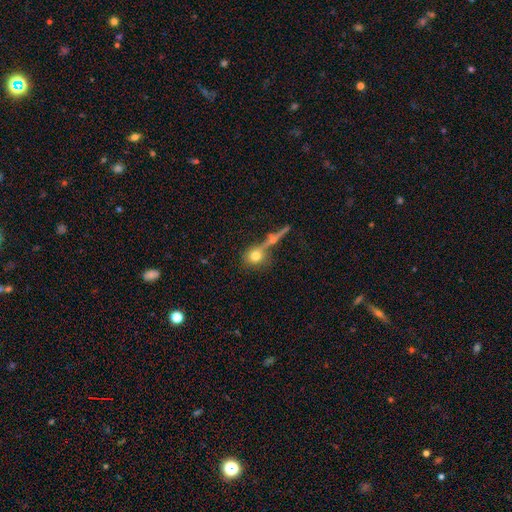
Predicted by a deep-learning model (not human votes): Q: Smooth or featured?
A: smooth (69%); runner-up: featured or disk (19%)
Q: How rounded?
A: round (79%); runner-up: in between (17%)
Q: Merging?
A: none (52%); runner-up: merger (30%)